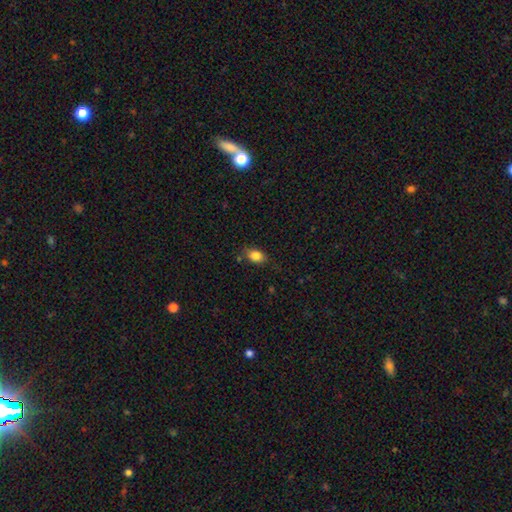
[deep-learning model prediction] The model was most divided on "how rounded": in between: 73%, round: 25%, cigar-shaped: 2%. More confident: smooth or featured — smooth (84%); merging — none (78%).